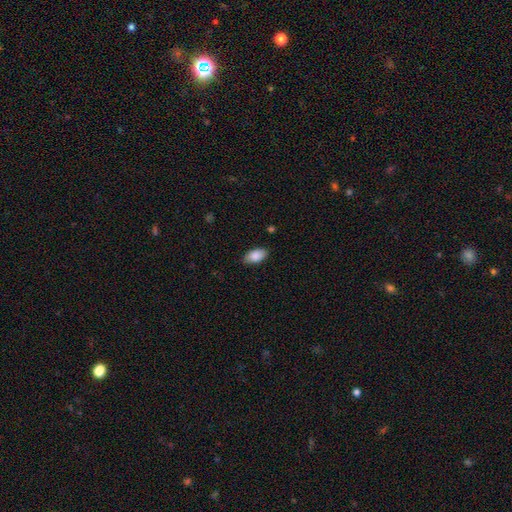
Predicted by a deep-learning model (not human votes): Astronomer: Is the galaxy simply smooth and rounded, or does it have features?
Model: smooth — 87%.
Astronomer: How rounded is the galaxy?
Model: in between — 93%.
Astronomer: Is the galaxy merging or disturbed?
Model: none — 85%.